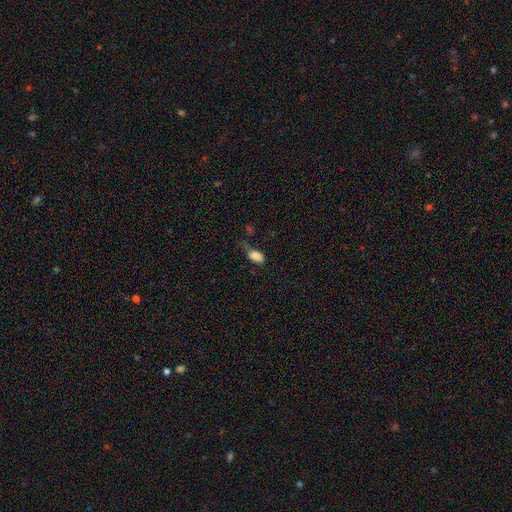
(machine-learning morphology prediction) A smooth galaxy with no disk features (82%) that is in between round and cigar-shaped (89%).

Vote fractions:
- Smooth or featured? smooth: 82% / featured or disk: 9% / star or artifact: 9%
- How rounded? in between: 89% / round: 8% / cigar-shaped: 3%
- Merging? none: 37% / minor disturbance: 30% / major disturbance: 26% / merger: 7%